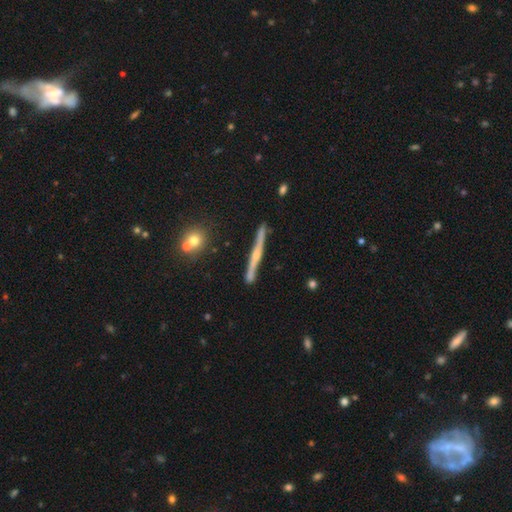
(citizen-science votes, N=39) Overall: featured or disk (82%). Edge-on disk: yes (91%). Edge-on bulge: rounded (62%; none 34%). Merging: none (82%).